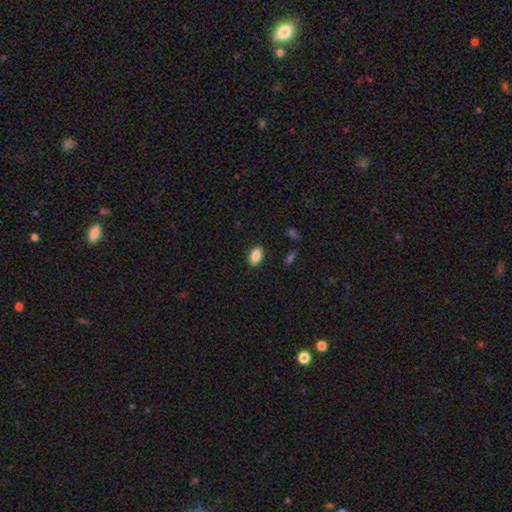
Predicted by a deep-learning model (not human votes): smooth-or-featured: smooth: 87% | star or artifact: 8% | featured or disk: 5%
  how-rounded: in between: 91% | round: 5% | cigar-shaped: 3%
  merging: none: 88% | minor disturbance: 9% | major disturbance: 2% | merger: 1%